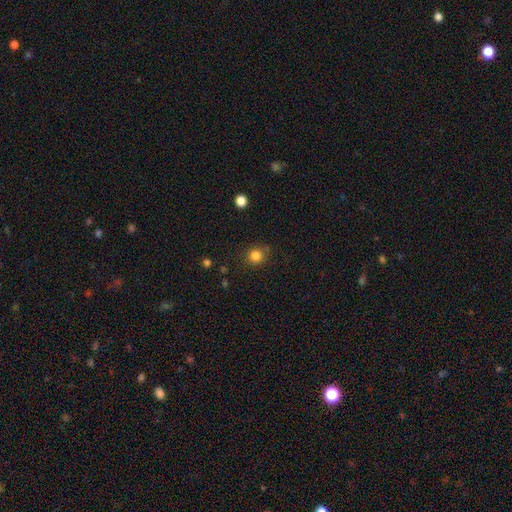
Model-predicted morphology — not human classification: A smooth galaxy with no disk features (83%) that is round (88%). Merging: none (83%).